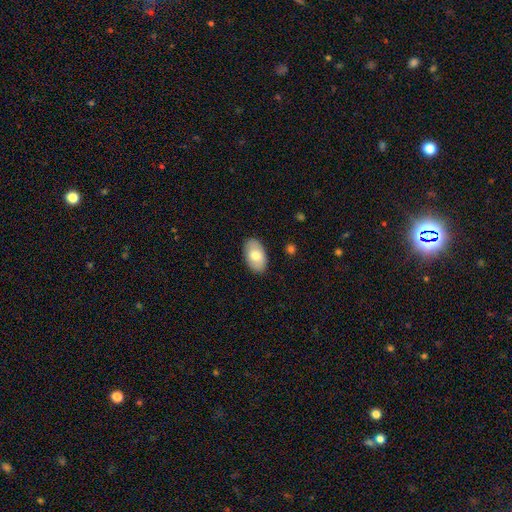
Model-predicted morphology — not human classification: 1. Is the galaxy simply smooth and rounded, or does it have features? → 74% smooth, 21% featured or disk, 6% star or artifact.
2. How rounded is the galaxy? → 93% in between, 5% round, 1% cigar-shaped.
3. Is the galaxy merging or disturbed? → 88% none, 9% minor disturbance, 2% major disturbance, 1% merger.